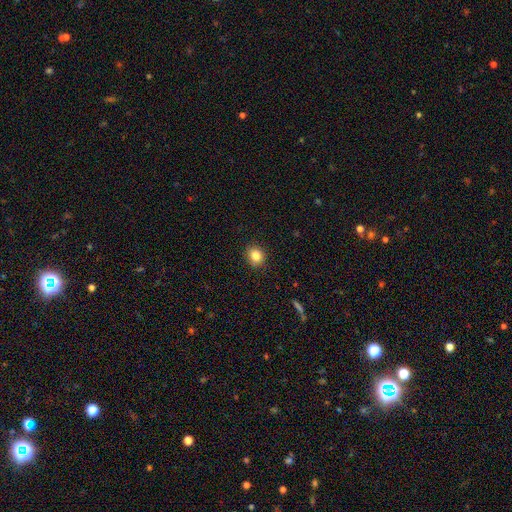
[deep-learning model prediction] Smooth or featured?
  - smooth: 85% *
  - star or artifact: 10%
  - featured or disk: 5%
How rounded?
  - round: 72% *
  - in between: 27%
  - cigar-shaped: 1%
Merging?
  - none: 89% *
  - minor disturbance: 8%
  - major disturbance: 2%
  - merger: 1%